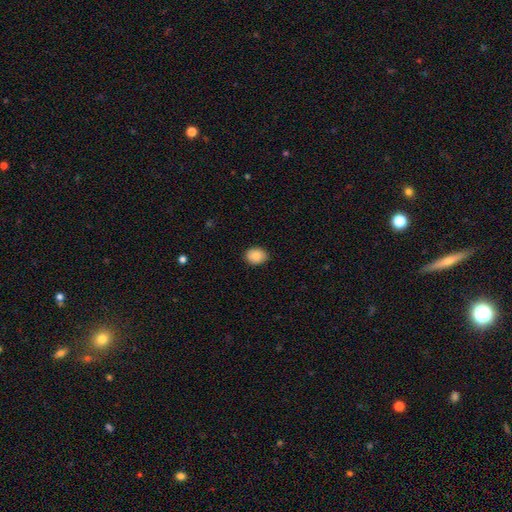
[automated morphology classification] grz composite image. It shows a smooth galaxy with no disk features (87%) that is in between round and cigar-shaped (60%). Merging: none (85%).